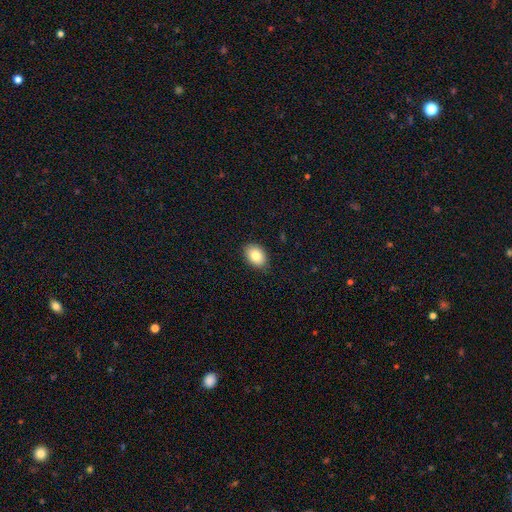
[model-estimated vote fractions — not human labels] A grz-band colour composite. It shows a smooth galaxy with no disk features (85%) that is in between round and cigar-shaped (81%). Merging: none (87%).